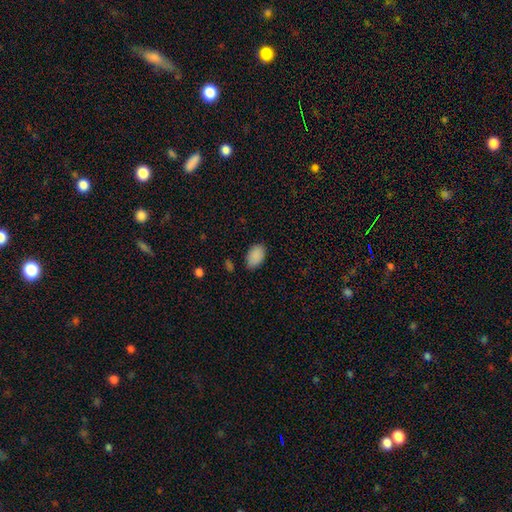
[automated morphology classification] The model was most divided on "merging": none: 82%, minor disturbance: 14%, major disturbance: 3%, merger: 2%. More confident: how rounded — in between (92%); smooth or featured — smooth (89%).